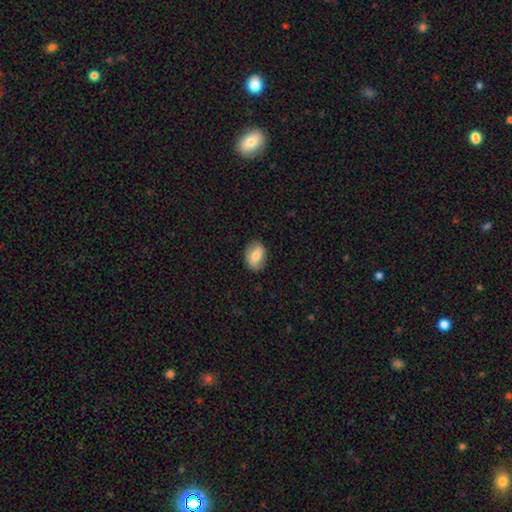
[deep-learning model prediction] This is likely a smooth galaxy (71%). How rounded: likely in between (78%). Merging: clearly none (83%).